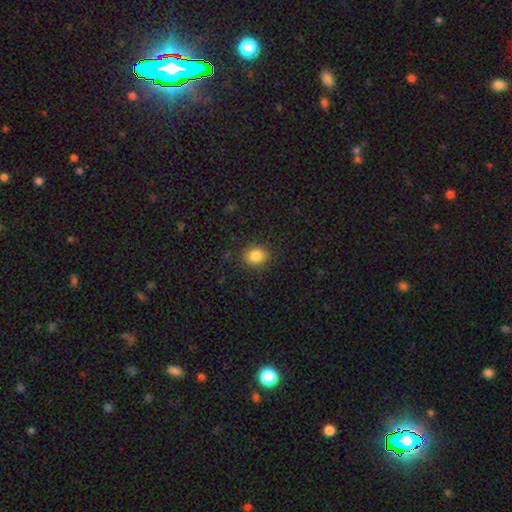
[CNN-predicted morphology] smooth_or_featured: smooth (p=0.85) [alt: star or artifact p=0.10]
how_rounded: round (p=0.54) [alt: in between p=0.45]
merging: none (p=0.88) [alt: minor disturbance p=0.08]